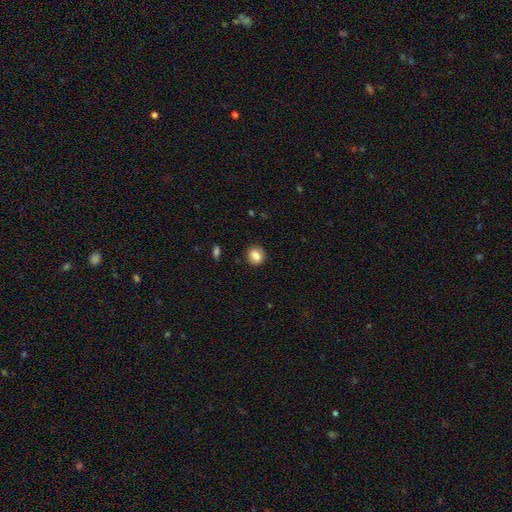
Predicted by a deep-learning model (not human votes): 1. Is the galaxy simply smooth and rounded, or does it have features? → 84% smooth, 9% star or artifact, 7% featured or disk.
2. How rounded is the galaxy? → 71% round, 28% in between, 1% cigar-shaped.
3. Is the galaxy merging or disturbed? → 86% none, 10% minor disturbance, 3% major disturbance, 1% merger.